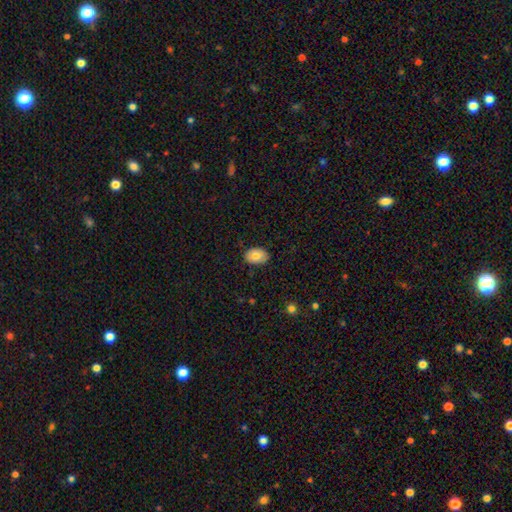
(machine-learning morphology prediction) Smooth or featured?
  - smooth: 79% *
  - featured or disk: 13%
  - star or artifact: 7%
How rounded?
  - in between: 83% *
  - round: 16%
  - cigar-shaped: 1%
Merging?
  - none: 82% *
  - minor disturbance: 14%
  - major disturbance: 2%
  - merger: 1%